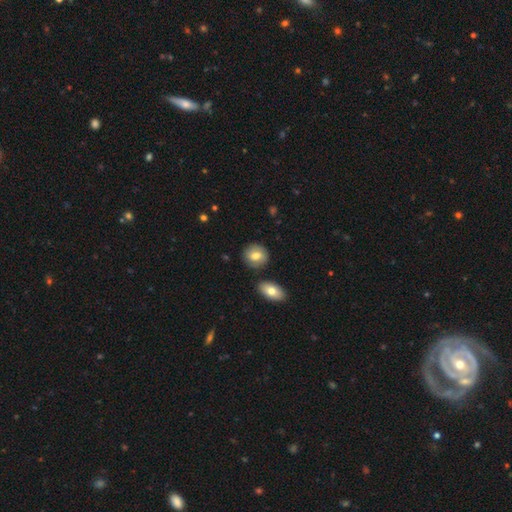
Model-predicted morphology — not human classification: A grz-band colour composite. It shows a smooth galaxy with no disk features (75%) that is round (71%). Merging: none (82%).